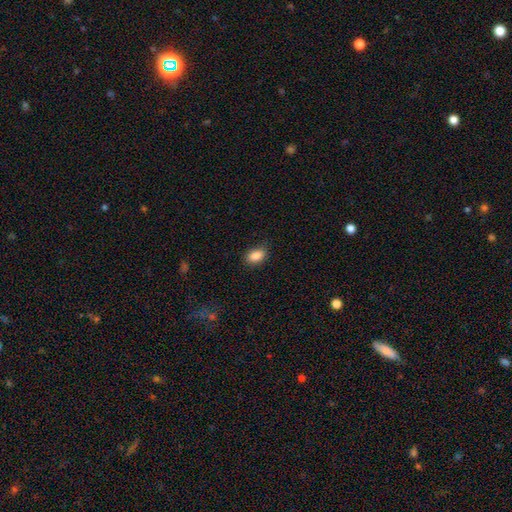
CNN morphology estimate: Smooth or featured?
  - smooth: 88% *
  - star or artifact: 8%
  - featured or disk: 4%
How rounded?
  - in between: 88% *
  - round: 10%
  - cigar-shaped: 2%
Merging?
  - none: 81% *
  - minor disturbance: 15%
  - major disturbance: 3%
  - merger: 1%